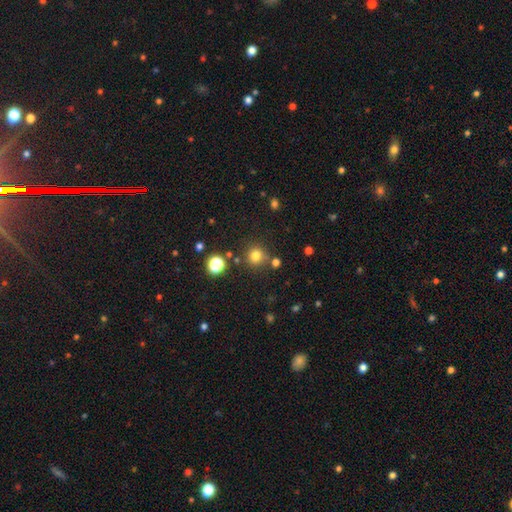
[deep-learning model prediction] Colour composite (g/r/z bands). It shows a smooth galaxy with no disk features (77%) that is round (91%). Merging: none (79%).